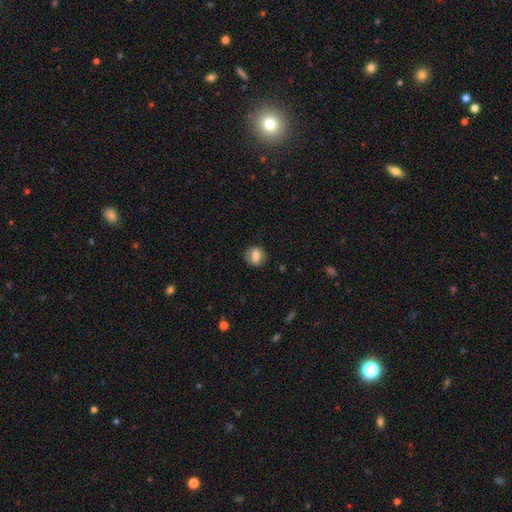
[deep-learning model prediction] Smooth or featured? Predicted: smooth (p=0.71). How rounded? Predicted: round (p=0.53). Merging? Predicted: none (p=0.77).